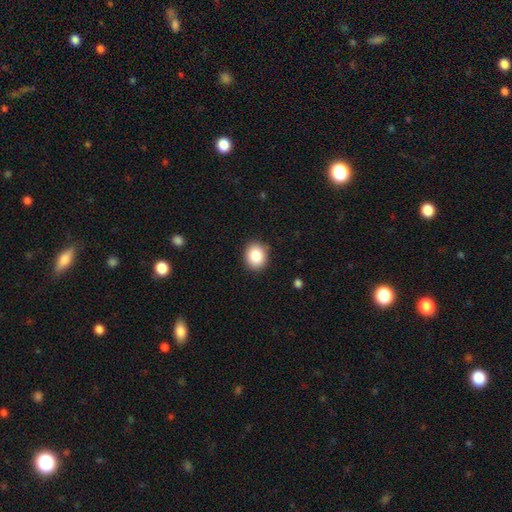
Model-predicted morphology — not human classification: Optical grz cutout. It shows a smooth galaxy with no disk features (85%) that is round (69%). Merging: none (89%).